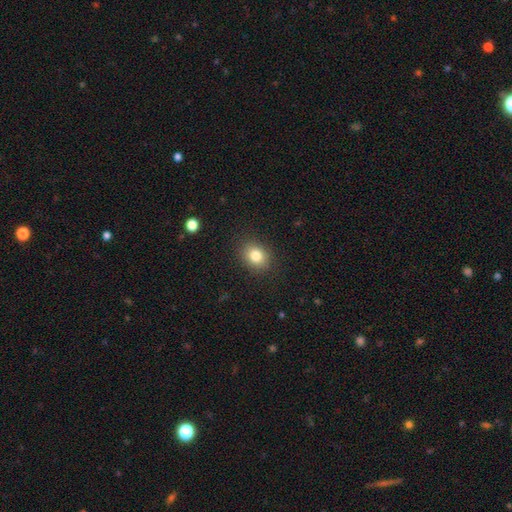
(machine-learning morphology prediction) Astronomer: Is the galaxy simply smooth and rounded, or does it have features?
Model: smooth — 82%.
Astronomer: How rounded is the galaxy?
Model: round — 51% (runner-up: in between, 48%).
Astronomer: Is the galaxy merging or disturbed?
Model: none — 87%.